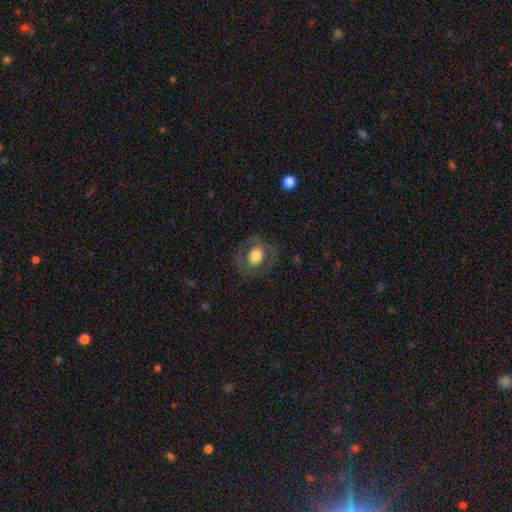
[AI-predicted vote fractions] Q: Smooth or featured?
A: smooth (56%); runner-up: featured or disk (35%)
Q: How rounded?
A: round (56%); runner-up: in between (42%)
Q: Merging?
A: none (76%); runner-up: minor disturbance (13%)